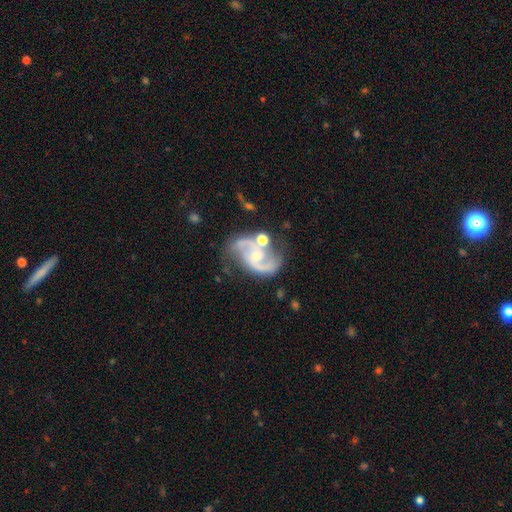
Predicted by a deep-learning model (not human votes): This appears to be a featured or disk galaxy (90%) with no bar (50%), 2 (92%) medium (57%) spiral arms (97%) and a small central bulge (49%). Merging: none (62%).